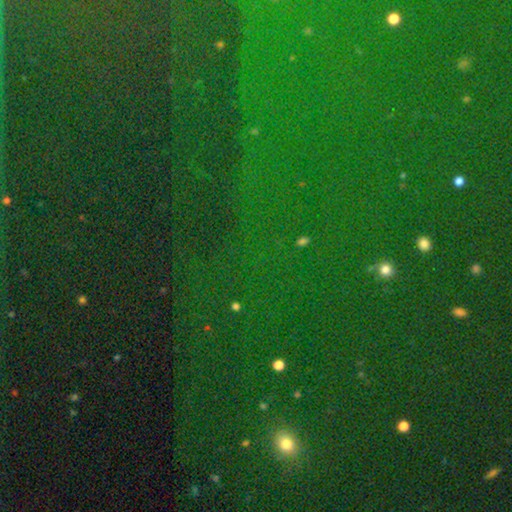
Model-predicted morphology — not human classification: Q: Smooth or featured?
A: star or artifact (80%); runner-up: smooth (12%)